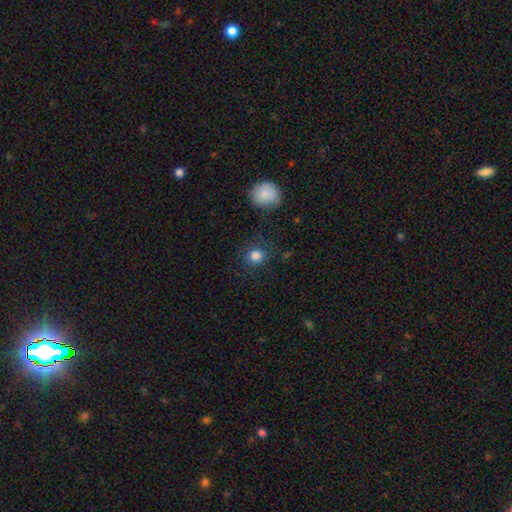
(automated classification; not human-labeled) Smooth or featured? Predicted: smooth (p=0.83). How rounded? Predicted: round (p=0.87). Merging? Predicted: none (p=0.84).